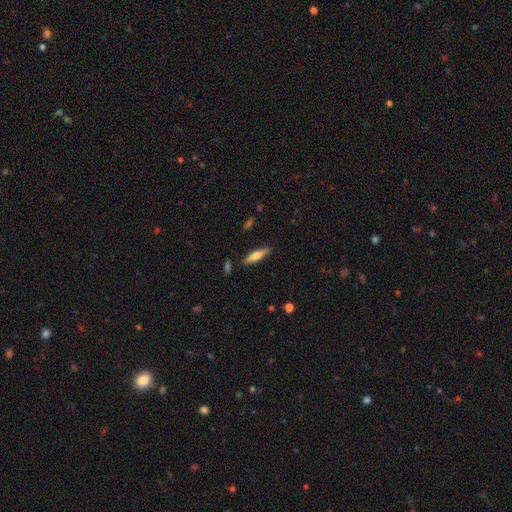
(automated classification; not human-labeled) Smooth or featured? smooth (52%)
How rounded? cigar-shaped (74%)
Merging? none (86%)